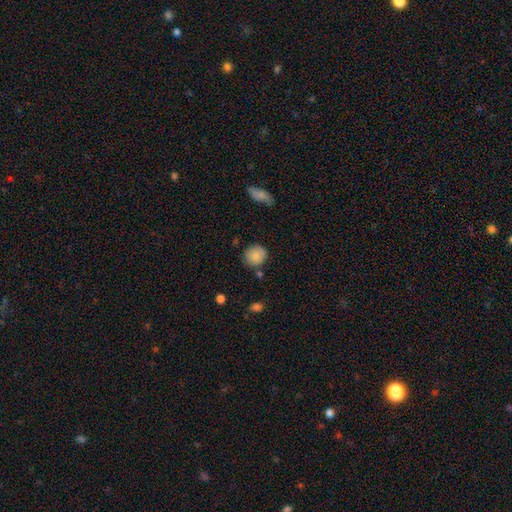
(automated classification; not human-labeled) Smooth or featured? smooth (85%)
How rounded? round (85%)
Merging? none (78%)